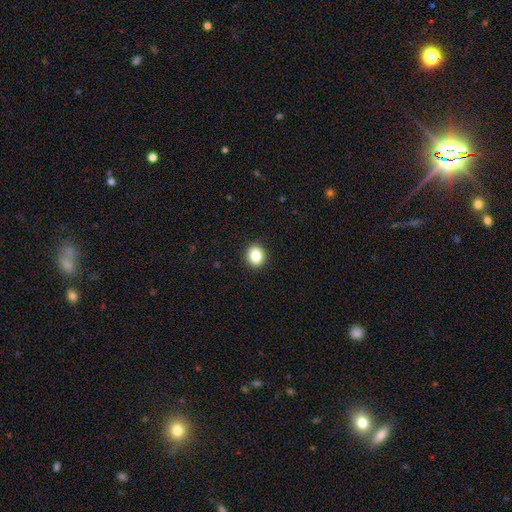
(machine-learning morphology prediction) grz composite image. It shows a smooth galaxy with no disk features (85%) that is round (68%). Merging: none (92%).